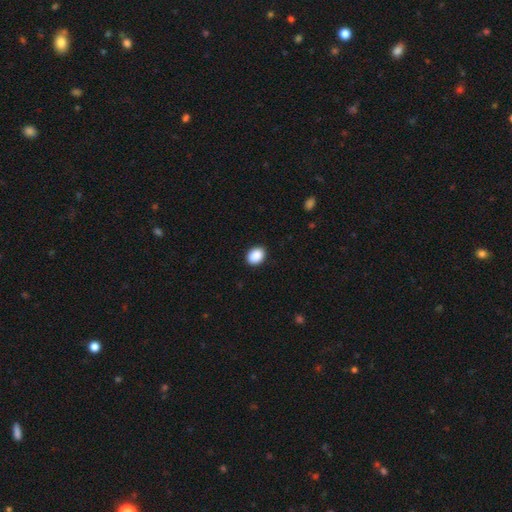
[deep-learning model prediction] This appears to be a smooth galaxy with no disk features (90%) that is in between round and cigar-shaped (72%). Merging: none (90%).